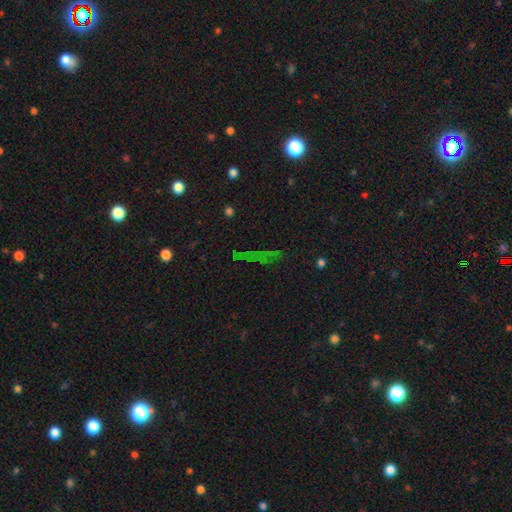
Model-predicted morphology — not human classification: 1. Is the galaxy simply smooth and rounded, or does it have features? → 53% star or artifact, 25% smooth, 21% featured or disk.